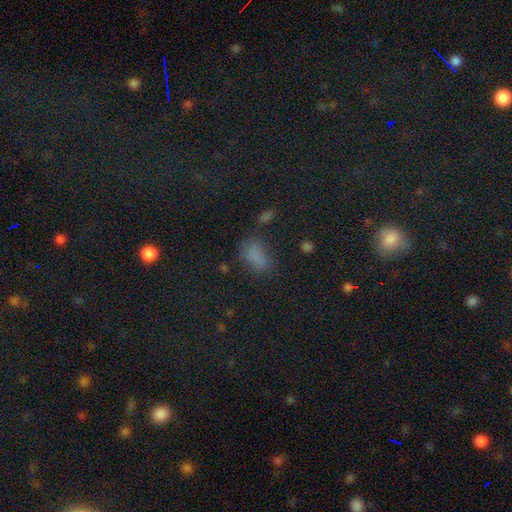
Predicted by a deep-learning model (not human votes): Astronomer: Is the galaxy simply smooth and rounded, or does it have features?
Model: smooth — 70%.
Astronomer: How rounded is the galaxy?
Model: in between — 85%.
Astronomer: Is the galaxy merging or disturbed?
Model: none — 58%.